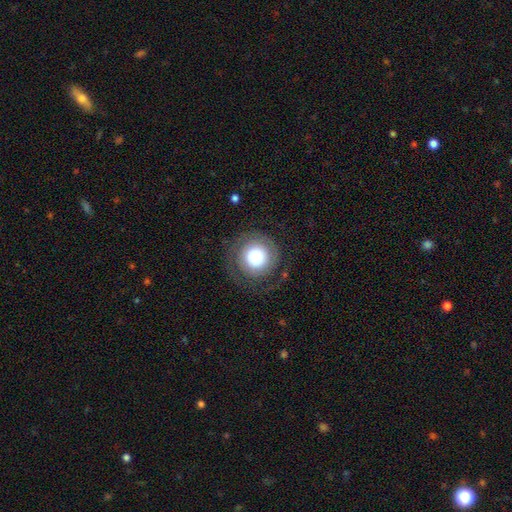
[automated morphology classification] Smooth or featured: smooth — 58% (featured or disk — 33%)
How rounded: round — 94% (in between — 5%)
Merging: none — 75% (minor disturbance — 12%)